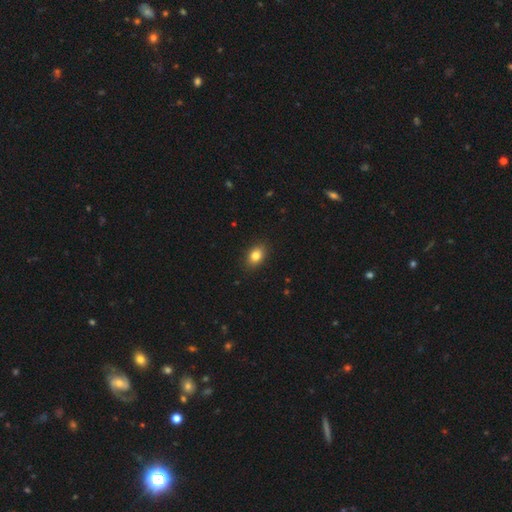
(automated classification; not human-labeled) Morphology: type=smooth (83%); roundness=in between (78%); merging=none (88%).